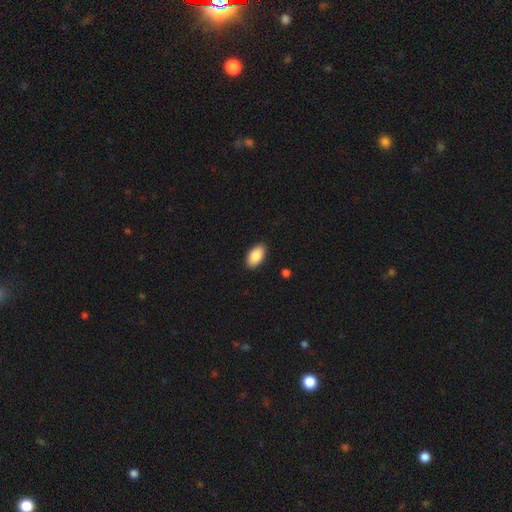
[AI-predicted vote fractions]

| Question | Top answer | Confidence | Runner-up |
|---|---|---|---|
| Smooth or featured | smooth | 88% | star or artifact (6%) |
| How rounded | in between | 95% | round (4%) |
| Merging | none | 89% | minor disturbance (8%) |